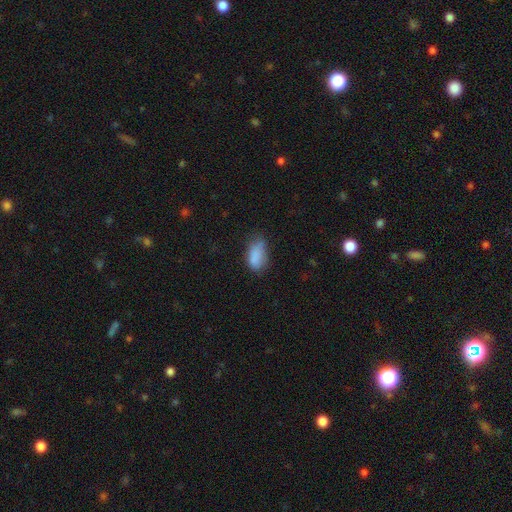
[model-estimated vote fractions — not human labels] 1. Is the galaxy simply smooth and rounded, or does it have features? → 83% smooth, 9% star or artifact, 8% featured or disk.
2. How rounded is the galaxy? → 91% in between, 4% round, 4% cigar-shaped.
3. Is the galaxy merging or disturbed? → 46% none, 37% minor disturbance, 14% major disturbance, 3% merger.